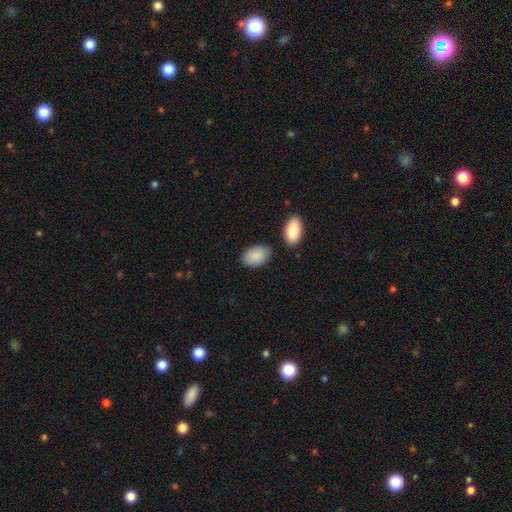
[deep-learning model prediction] This is clearly a smooth galaxy (89%). How rounded: clearly in between (93%). Merging: likely none (73%).